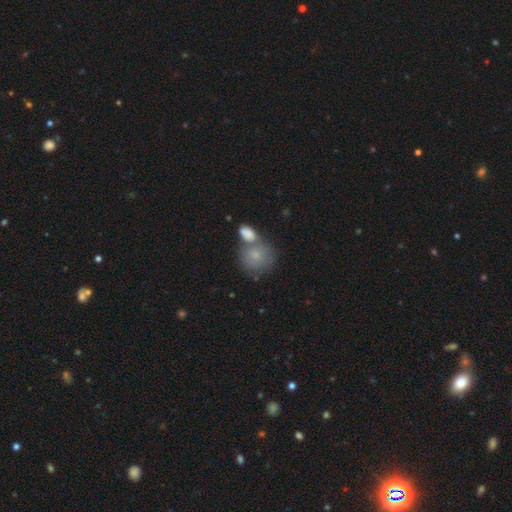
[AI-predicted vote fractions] This is likely a smooth galaxy (76%). How rounded: likely round (77%). Merging: marginally merger (42%).